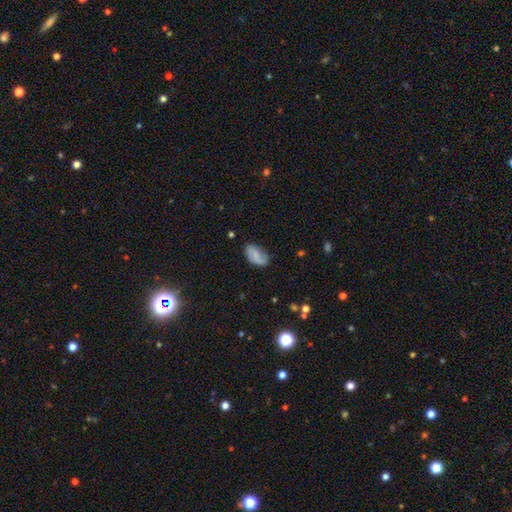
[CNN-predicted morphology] A smooth galaxy with no disk features (68%) that is in between round and cigar-shaped (93%).

Vote fractions:
- Smooth or featured? smooth: 68% / featured or disk: 24% / star or artifact: 8%
- How rounded? in between: 93% / round: 5% / cigar-shaped: 2%
- Merging? none: 70% / minor disturbance: 23% / major disturbance: 5% / merger: 2%